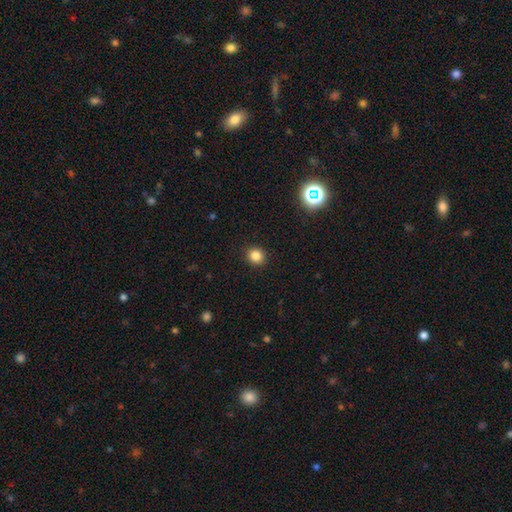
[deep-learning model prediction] smooth 83%, star or artifact 12%, featured or disk 5%. Down the decision tree: how rounded — round (87%); merging — none (92%).